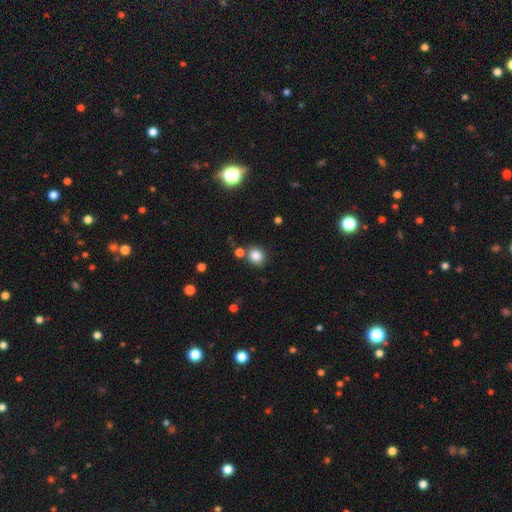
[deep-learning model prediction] Q: Smooth or featured?
A: smooth (84%); runner-up: star or artifact (11%)
Q: How rounded?
A: round (84%); runner-up: in between (15%)
Q: Merging?
A: none (75%); runner-up: merger (12%)